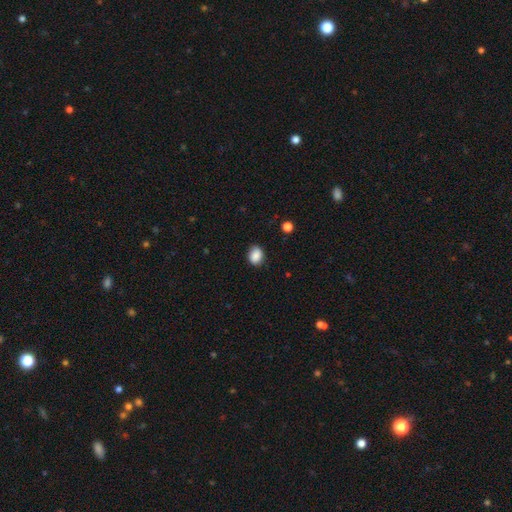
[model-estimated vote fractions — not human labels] Smooth or featured?
  - smooth: 88% *
  - star or artifact: 8%
  - featured or disk: 4%
How rounded?
  - in between: 58% *
  - round: 41%
  - cigar-shaped: 1%
Merging?
  - none: 83% *
  - minor disturbance: 13%
  - major disturbance: 3%
  - merger: 1%